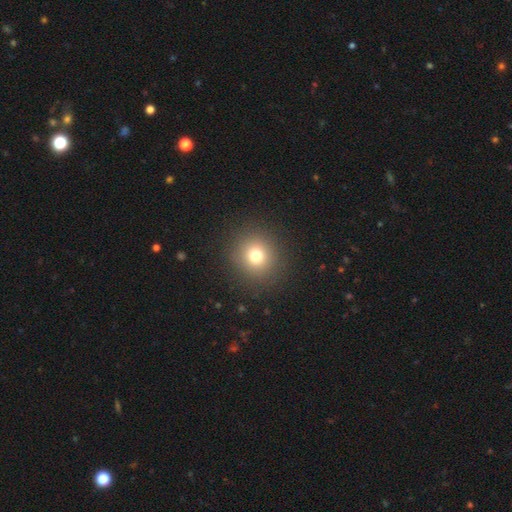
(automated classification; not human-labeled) Overall: smooth (75%). How rounded: round (90%). Merging: none (89%).